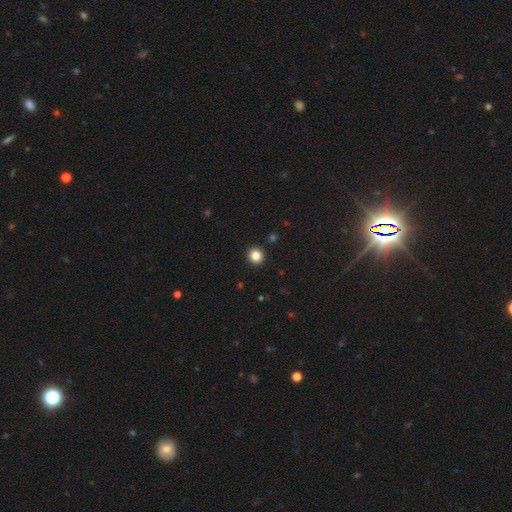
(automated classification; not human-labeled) smooth_or_featured: smooth (p=0.85) [alt: star or artifact p=0.11]
how_rounded: round (p=0.90) [alt: in between p=0.09]
merging: none (p=0.93) [alt: minor disturbance p=0.04]